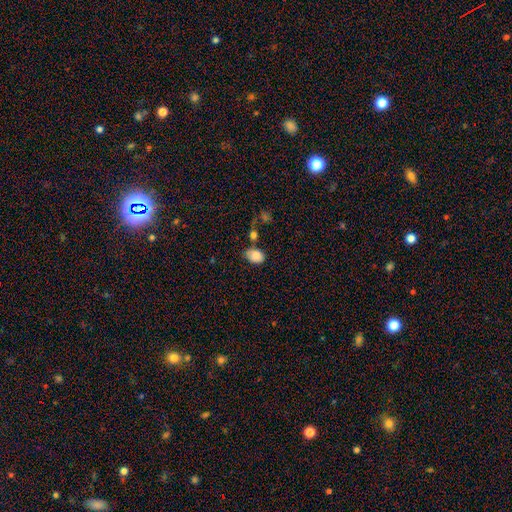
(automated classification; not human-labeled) Smooth or featured?
  - smooth: 85% *
  - star or artifact: 8%
  - featured or disk: 7%
How rounded?
  - in between: 79% *
  - round: 20%
  - cigar-shaped: 1%
Merging?
  - none: 54% *
  - minor disturbance: 27%
  - merger: 11%
  - major disturbance: 8%